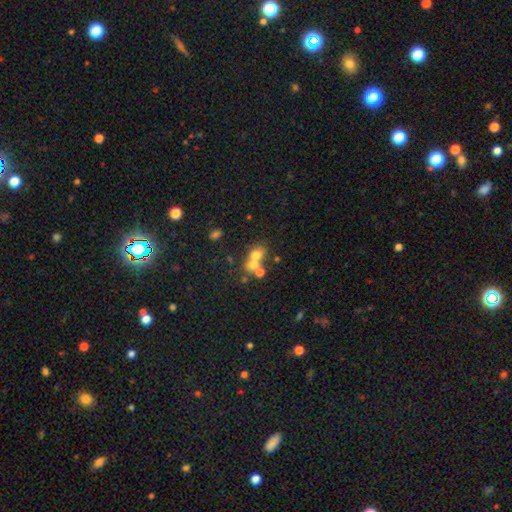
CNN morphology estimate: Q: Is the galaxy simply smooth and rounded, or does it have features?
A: smooth — 62%.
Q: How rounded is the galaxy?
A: round — 58%.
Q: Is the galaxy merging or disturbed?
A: merger — 57%.